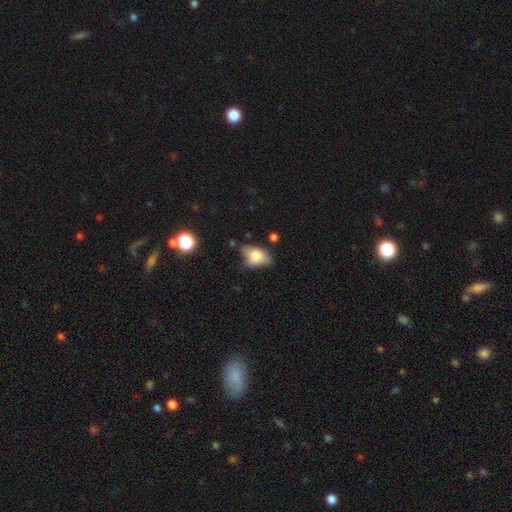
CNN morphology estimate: Smooth or featured?
  - smooth: 75% *
  - featured or disk: 17%
  - star or artifact: 9%
How rounded?
  - in between: 81% *
  - round: 17%
  - cigar-shaped: 2%
Merging?
  - none: 47% *
  - minor disturbance: 36%
  - major disturbance: 12%
  - merger: 6%